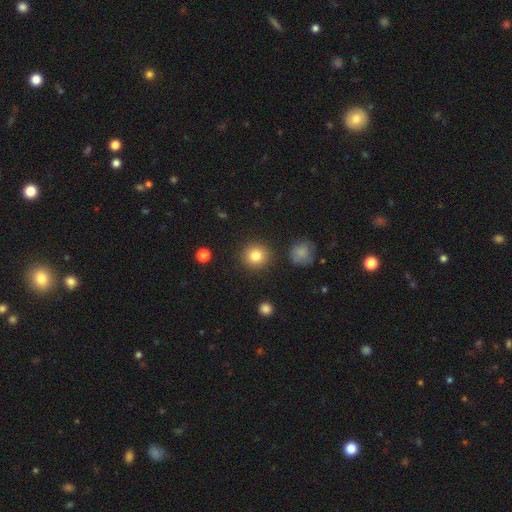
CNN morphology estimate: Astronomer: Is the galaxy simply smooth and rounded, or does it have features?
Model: smooth — 82%.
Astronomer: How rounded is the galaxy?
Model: round — 93%.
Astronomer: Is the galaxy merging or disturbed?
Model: none — 89%.